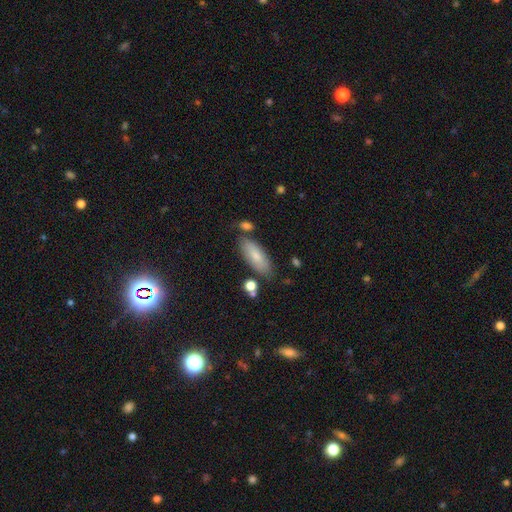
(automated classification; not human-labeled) Smooth or featured: smooth — 78% (featured or disk — 15%)
How rounded: in between — 73% (cigar-shaped — 25%)
Merging: none — 74% (minor disturbance — 15%)